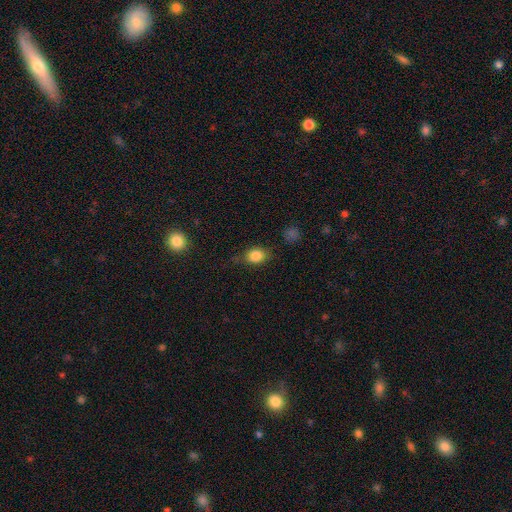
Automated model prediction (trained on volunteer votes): This appears to be a smooth galaxy with no disk features (81%) that is round (50%). Merging: none (68%).